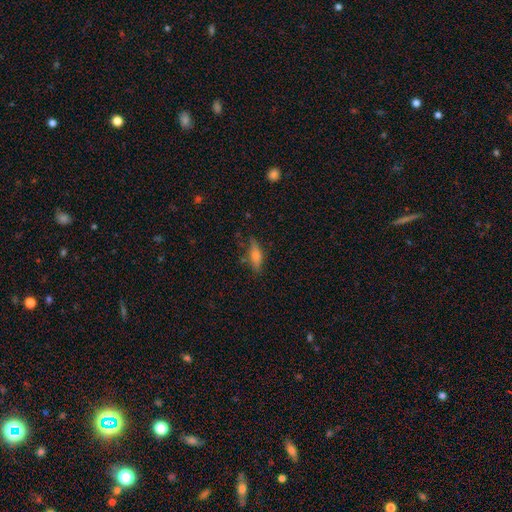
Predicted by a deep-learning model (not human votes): smooth-or-featured: smooth: 69% | featured or disk: 22% | star or artifact: 8%
  how-rounded: in between: 50% | cigar-shaped: 47% | round: 3%
  merging: none: 70% | minor disturbance: 21% | major disturbance: 5% | merger: 4%